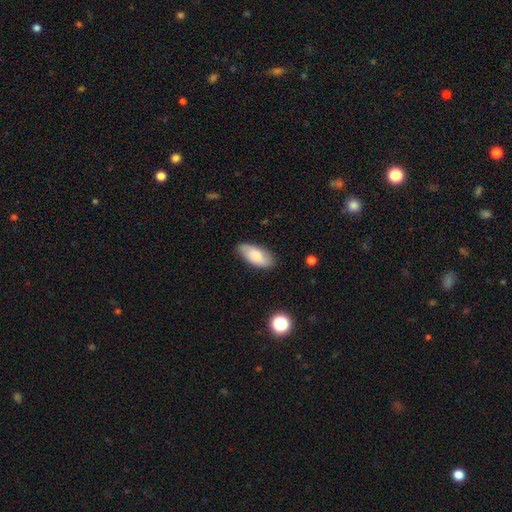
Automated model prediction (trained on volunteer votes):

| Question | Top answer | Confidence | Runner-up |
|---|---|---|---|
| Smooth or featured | smooth | 75% | featured or disk (18%) |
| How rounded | in between | 90% | cigar-shaped (7%) |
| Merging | none | 80% | minor disturbance (16%) |